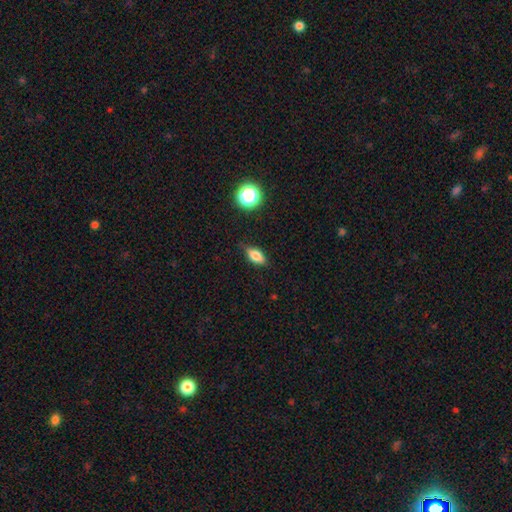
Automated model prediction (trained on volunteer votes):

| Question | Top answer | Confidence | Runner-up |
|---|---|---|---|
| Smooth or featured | smooth | 70% | featured or disk (20%) |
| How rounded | in between | 77% | cigar-shaped (14%) |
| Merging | none | 76% | minor disturbance (18%) |